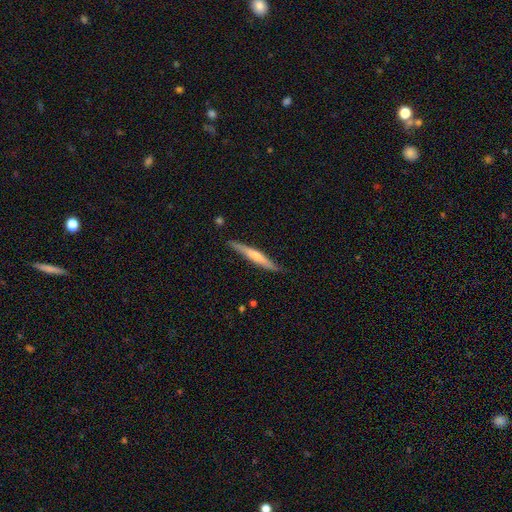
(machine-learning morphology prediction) smooth_or_featured: featured or disk (p=0.57) [alt: smooth p=0.37]
disk_edge_on: yes (p=0.96) [alt: no p=0.04]
edge_on_bulge: rounded (p=0.59) [alt: none p=0.30]
merging: none (p=0.88) [alt: minor disturbance p=0.10]